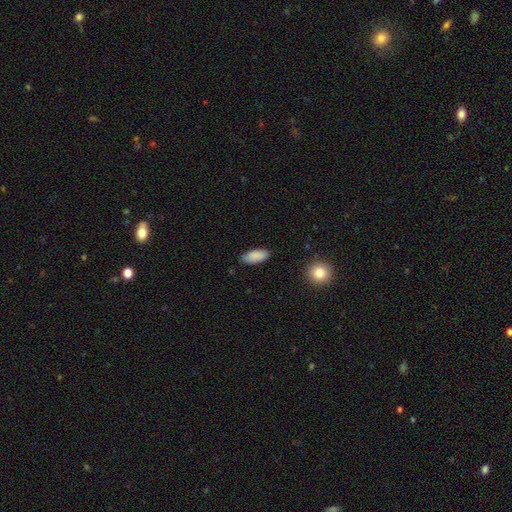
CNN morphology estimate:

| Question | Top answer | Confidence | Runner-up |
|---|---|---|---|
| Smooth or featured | smooth | 88% | star or artifact (7%) |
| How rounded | in between | 86% | cigar-shaped (12%) |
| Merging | none | 85% | minor disturbance (12%) |